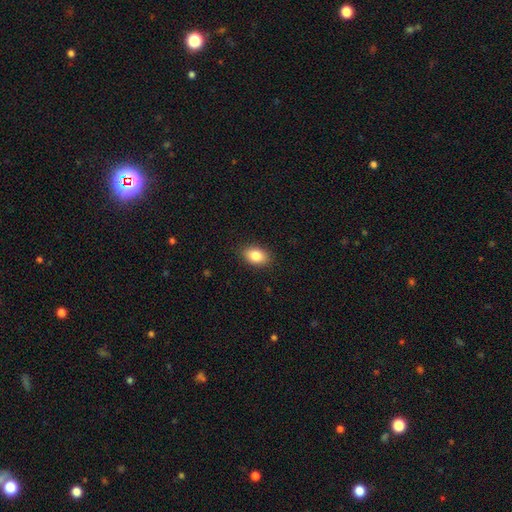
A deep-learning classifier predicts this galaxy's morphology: Smooth or featured?
  - smooth: 84% *
  - star or artifact: 8%
  - featured or disk: 8%
How rounded?
  - in between: 83% *
  - round: 15%
  - cigar-shaped: 1%
Merging?
  - none: 88% *
  - minor disturbance: 9%
  - major disturbance: 2%
  - merger: 1%